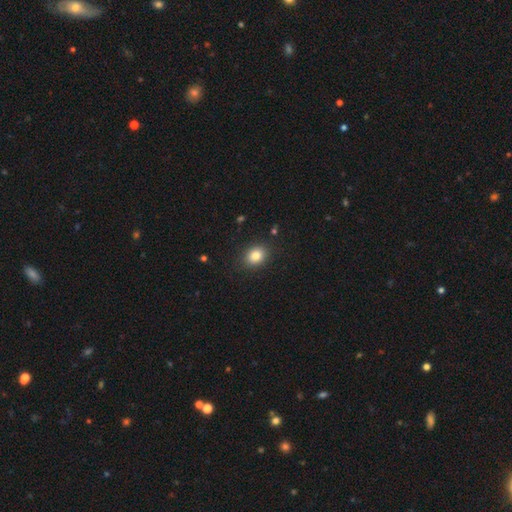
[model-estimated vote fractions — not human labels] This appears to be a smooth galaxy with no disk features (82%) that is round (53%). Merging: none (88%).